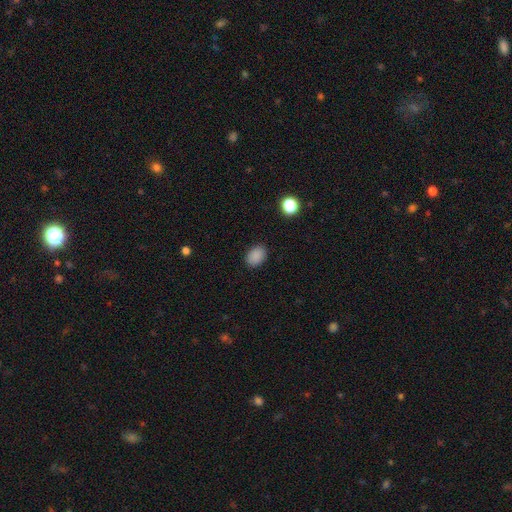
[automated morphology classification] smooth-or-featured: smooth: 87% | star or artifact: 10% | featured or disk: 3%
  how-rounded: in between: 75% | round: 24% | cigar-shaped: 1%
  merging: none: 88% | minor disturbance: 8% | major disturbance: 2% | merger: 1%